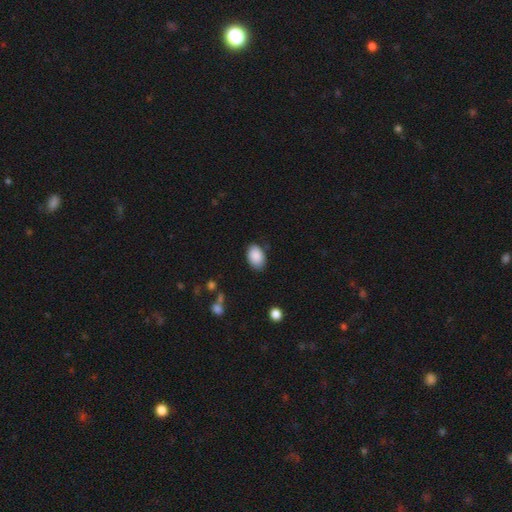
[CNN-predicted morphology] type=smooth (89%); roundness=in between (88%); merging=none (80%).